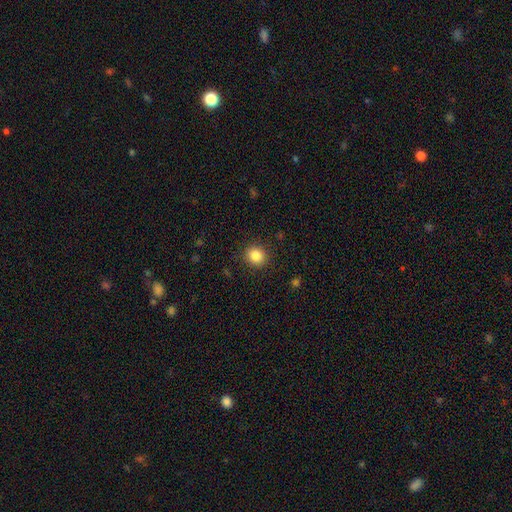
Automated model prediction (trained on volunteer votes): Q: Smooth or featured?
A: smooth (85%); runner-up: star or artifact (10%)
Q: How rounded?
A: round (81%); runner-up: in between (18%)
Q: Merging?
A: none (90%); runner-up: minor disturbance (7%)